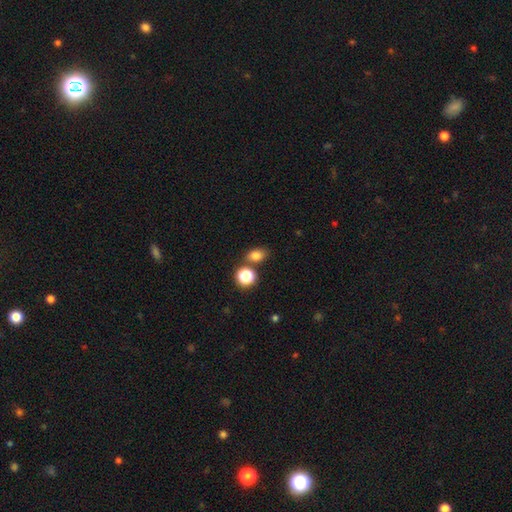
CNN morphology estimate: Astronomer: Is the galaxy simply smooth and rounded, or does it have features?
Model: smooth — 79%.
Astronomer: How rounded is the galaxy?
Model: in between — 65%.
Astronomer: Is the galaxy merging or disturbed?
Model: none — 71%.